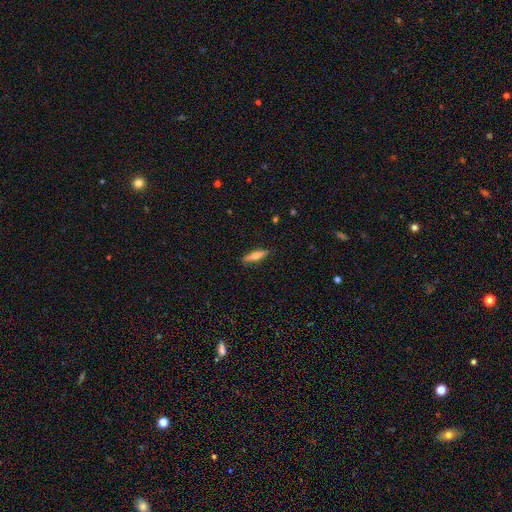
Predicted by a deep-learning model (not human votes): Overall: smooth (61%; featured or disk 33%). How rounded: cigar-shaped (77%). Merging: none (88%).